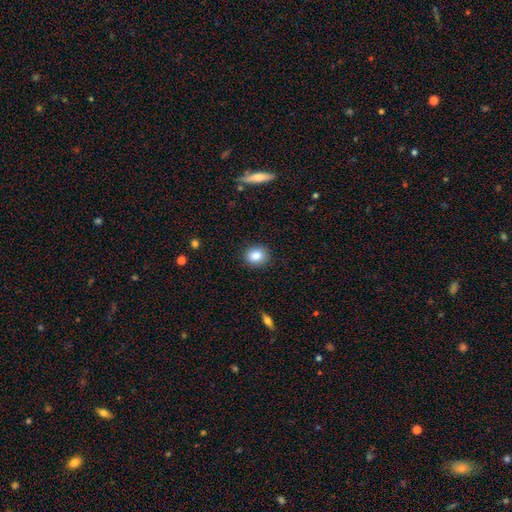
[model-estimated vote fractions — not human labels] A smooth galaxy with no disk features (85%) that is round (65%).

Vote fractions:
- Smooth or featured? smooth: 85% / star or artifact: 10% / featured or disk: 6%
- How rounded? round: 65% / in between: 34% / cigar-shaped: 1%
- Merging? none: 89% / minor disturbance: 8% / major disturbance: 2% / merger: 1%